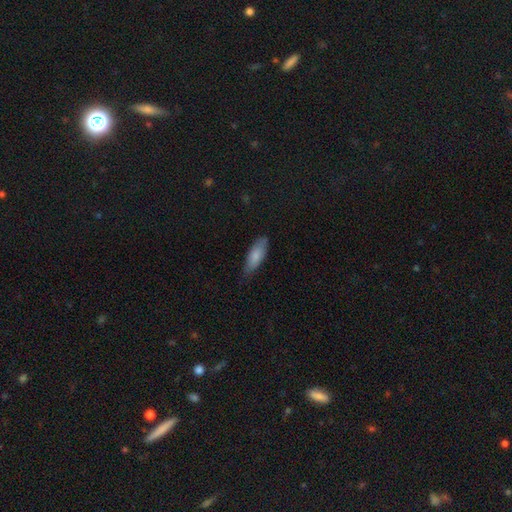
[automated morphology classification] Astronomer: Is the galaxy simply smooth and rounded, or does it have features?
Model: smooth — 82%.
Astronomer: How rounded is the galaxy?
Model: in between — 66%.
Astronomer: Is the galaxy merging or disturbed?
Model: none — 76%.